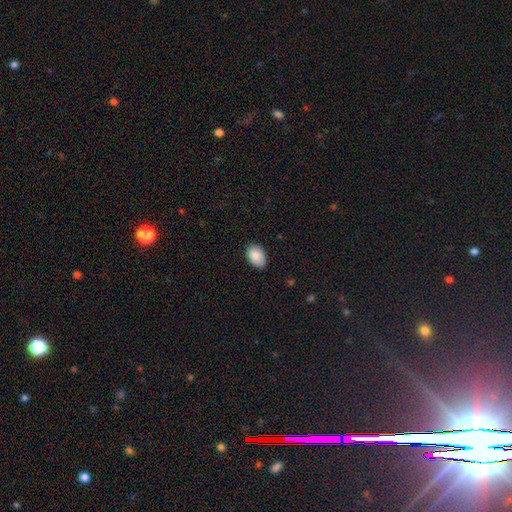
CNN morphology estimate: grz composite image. It shows a smooth galaxy with no disk features (90%) that is in between round and cigar-shaped (89%). Merging: none (81%).